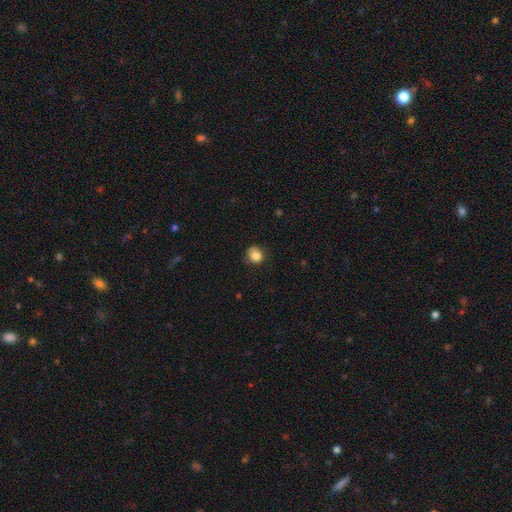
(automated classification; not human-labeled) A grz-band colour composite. It shows a smooth galaxy with no disk features (83%) that is round (82%). Merging: none (67%).